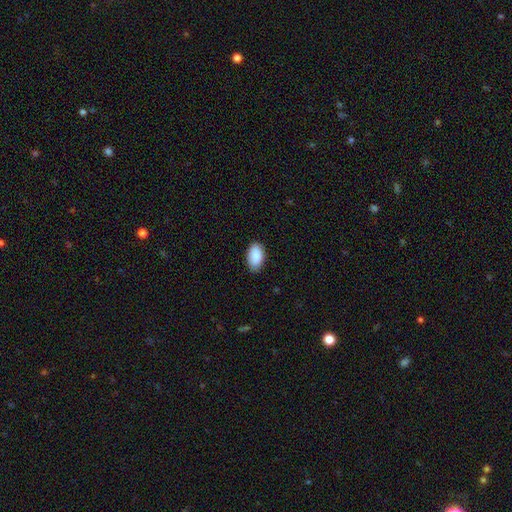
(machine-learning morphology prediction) Smooth or featured?
  - smooth: 90% *
  - star or artifact: 6%
  - featured or disk: 4%
How rounded?
  - in between: 95% *
  - round: 4%
  - cigar-shaped: 2%
Merging?
  - none: 85% *
  - minor disturbance: 12%
  - major disturbance: 2%
  - merger: 1%